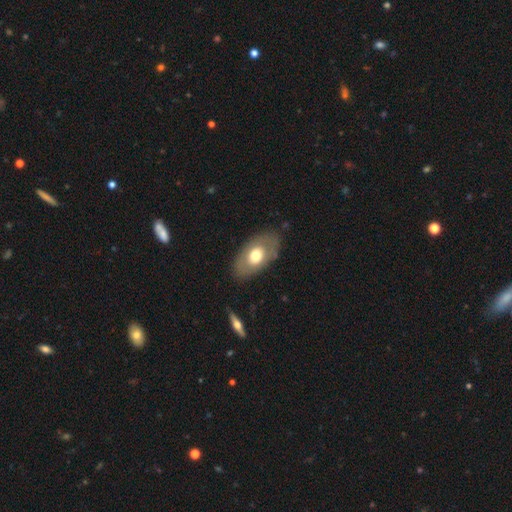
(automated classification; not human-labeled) This is possibly a smooth galaxy (58%). How rounded: clearly in between (91%). Merging: clearly none (80%).